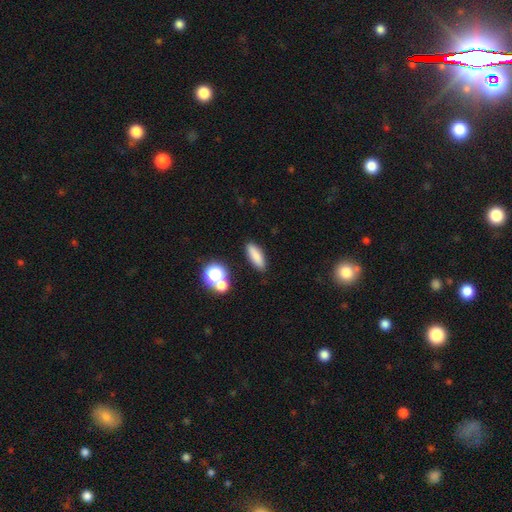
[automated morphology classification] Q: Smooth or featured?
A: smooth (81%); runner-up: star or artifact (10%)
Q: How rounded?
A: in between (48%); runner-up: cigar-shaped (47%)
Q: Merging?
A: none (86%); runner-up: minor disturbance (8%)